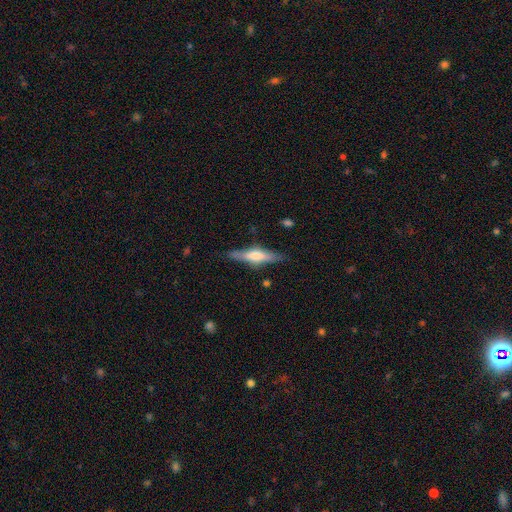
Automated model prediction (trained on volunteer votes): A featured or disk galaxy (55%) viewed edge-on (93%) with a rounded central bulge (68%).

Vote fractions:
- Smooth or featured? featured or disk: 55% / smooth: 39% / star or artifact: 6%
- Edge-on disk? yes: 93% / no: 7%
- Edge-on bulge? rounded: 68% / boxy: 24% / none: 8%
- Merging? none: 81% / minor disturbance: 14% / major disturbance: 4% / merger: 2%